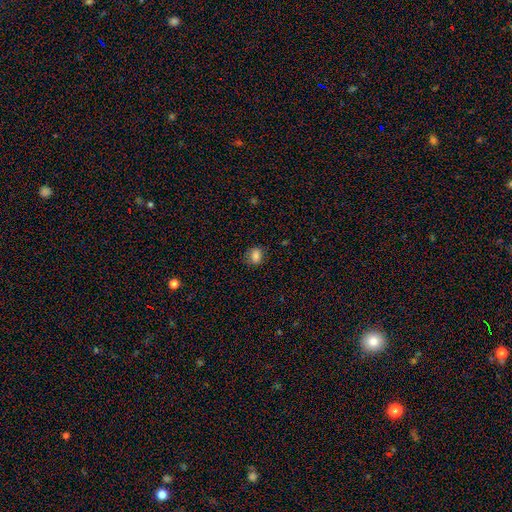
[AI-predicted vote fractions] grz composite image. It shows a smooth galaxy with no disk features (80%) that is round (64%). Merging: none (77%).